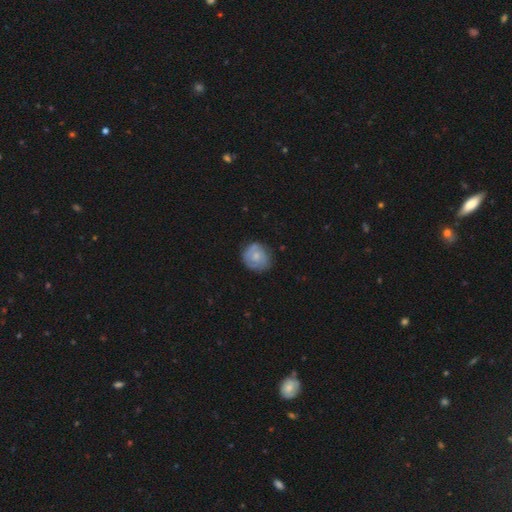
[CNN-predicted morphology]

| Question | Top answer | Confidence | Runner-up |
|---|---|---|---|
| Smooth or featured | smooth | 49% | featured or disk (44%) |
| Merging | none | 74% | minor disturbance (20%) |